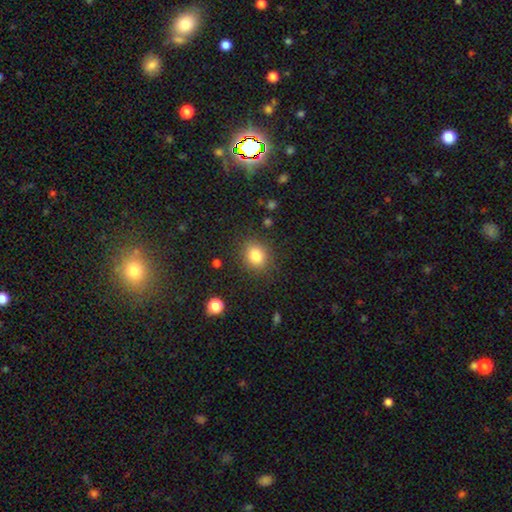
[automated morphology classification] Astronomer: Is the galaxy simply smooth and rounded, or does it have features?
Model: smooth — 82%.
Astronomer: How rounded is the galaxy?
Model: round — 69%.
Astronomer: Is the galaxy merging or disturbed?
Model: none — 86%.